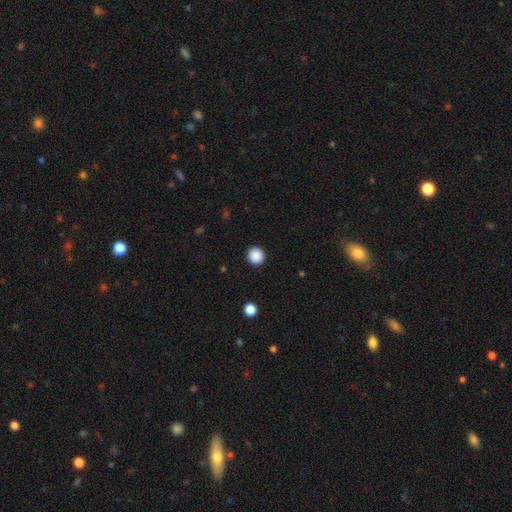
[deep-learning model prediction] Overall: smooth (89%). How rounded: round (92%). Merging: none (93%).